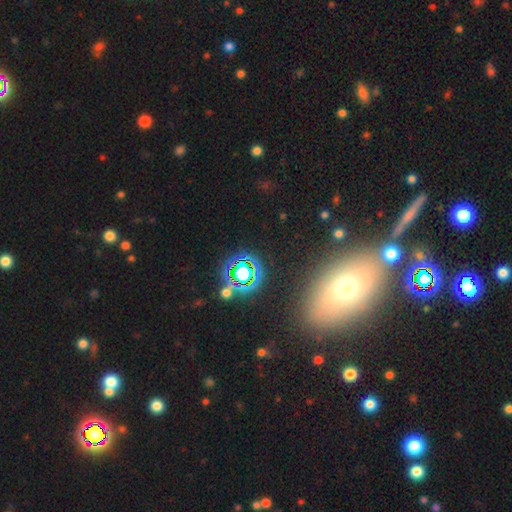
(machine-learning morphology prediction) smooth 46%, star or artifact 32%, featured or disk 22%. Down the decision tree: merging — none (79%).